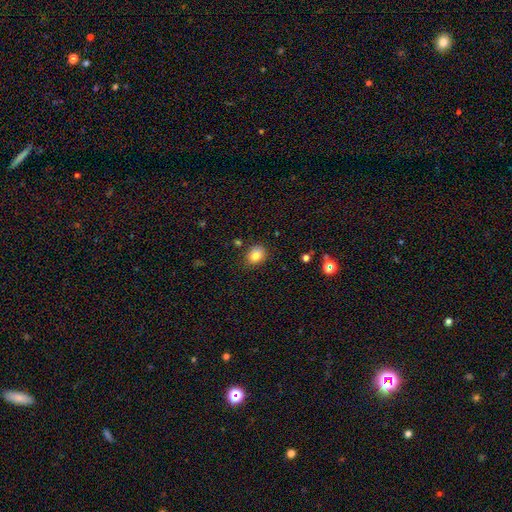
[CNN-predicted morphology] smooth-or-featured: smooth: 83% | star or artifact: 10% | featured or disk: 7%
  how-rounded: round: 53% | in between: 46% | cigar-shaped: 1%
  merging: none: 83% | minor disturbance: 12% | major disturbance: 3% | merger: 2%